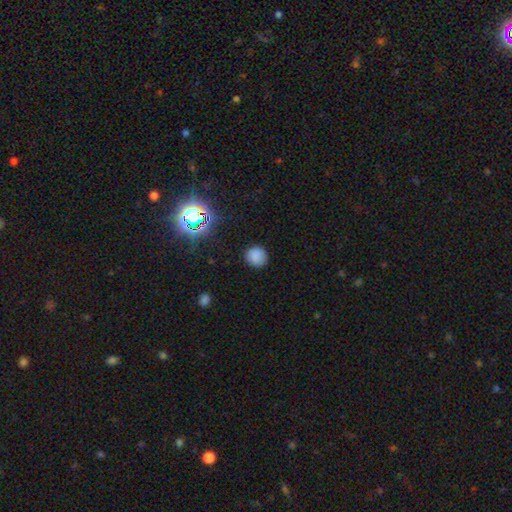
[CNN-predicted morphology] Smooth or featured?
  - smooth: 80% *
  - star or artifact: 15%
  - featured or disk: 5%
How rounded?
  - round: 90% *
  - in between: 9%
  - cigar-shaped: 1%
Merging?
  - none: 86% *
  - minor disturbance: 10%
  - major disturbance: 3%
  - merger: 1%